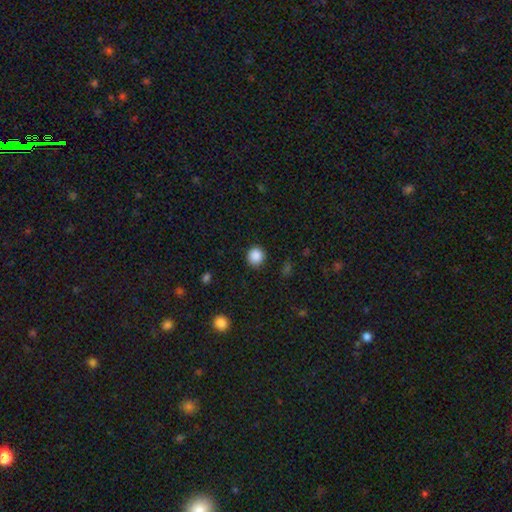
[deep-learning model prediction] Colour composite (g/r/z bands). It shows a smooth galaxy with no disk features (88%) that is round (90%). Merging: none (89%).